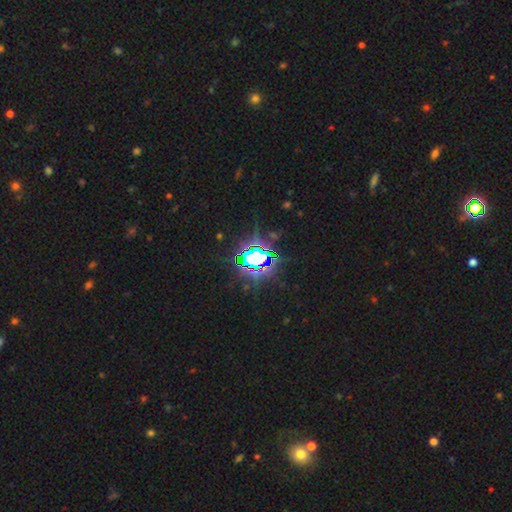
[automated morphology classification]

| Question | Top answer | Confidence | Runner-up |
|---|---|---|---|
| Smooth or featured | star or artifact | 78% | featured or disk (11%) |